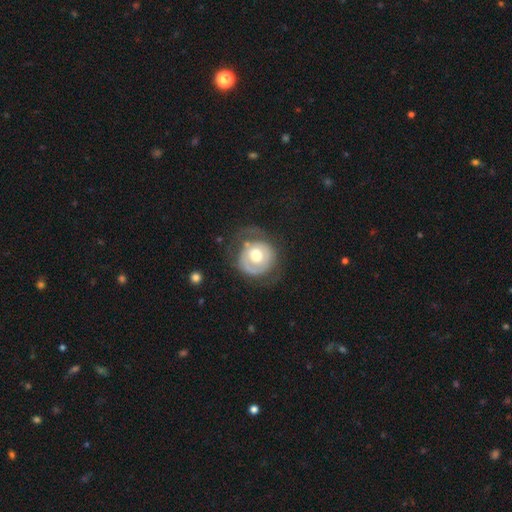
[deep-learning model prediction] Overall: featured or disk (56%; smooth 38%). Edge-on disk: no (97%). Bar: no (78%). Spiral arms: yes (51%; no 49%). Bulge size: moderate (55%; large 33%). Merging: none (51%; minor disturbance 24%).